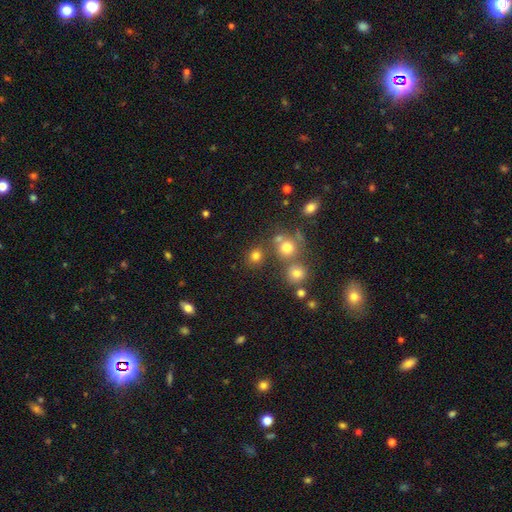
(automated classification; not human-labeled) Q: Smooth or featured?
A: smooth (75%); runner-up: star or artifact (18%)
Q: How rounded?
A: round (83%); runner-up: in between (16%)
Q: Merging?
A: none (74%); runner-up: merger (13%)